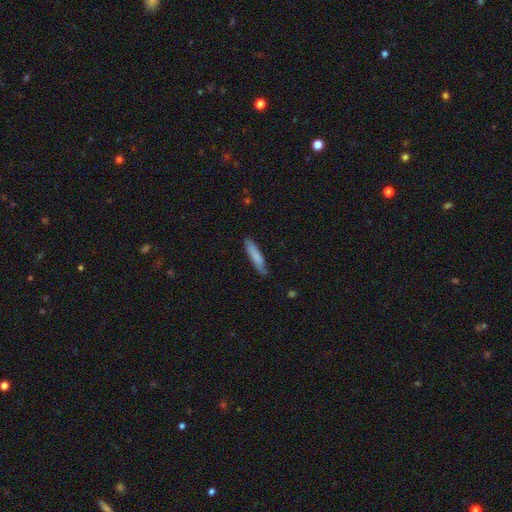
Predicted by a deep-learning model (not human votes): This is likely a smooth galaxy (72%). How rounded: clearly cigar-shaped (83%). Merging: likely none (78%).